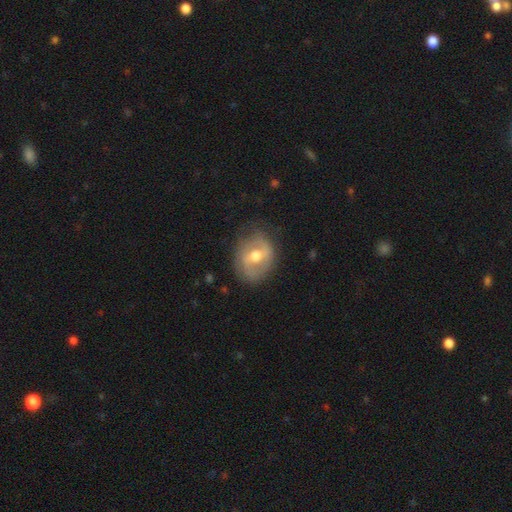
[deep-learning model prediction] This is likely a featured or disk galaxy (65%). It is clearly not viewed edge-on (96%). Bar: possibly weak (47%). Spiral arm pattern: possibly yes (59%). Central bulge: likely moderate (77%). Merging: likely none (73%).